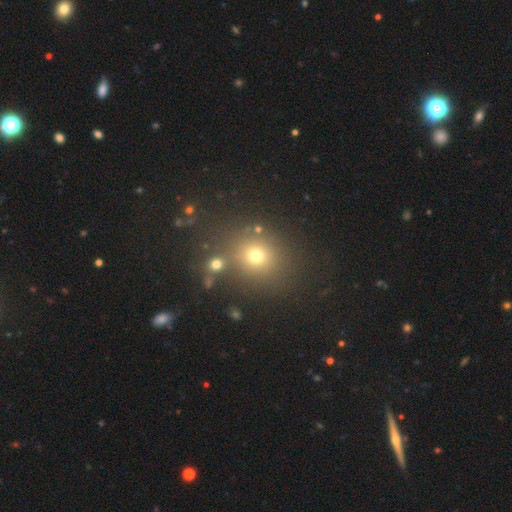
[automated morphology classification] A smooth galaxy with no disk features (67%) that is round (84%).

Vote fractions:
- Smooth or featured? smooth: 67% / star or artifact: 23% / featured or disk: 10%
- How rounded? round: 84% / in between: 15% / cigar-shaped: 1%
- Merging? none: 76% / merger: 10% / minor disturbance: 10% / major disturbance: 4%